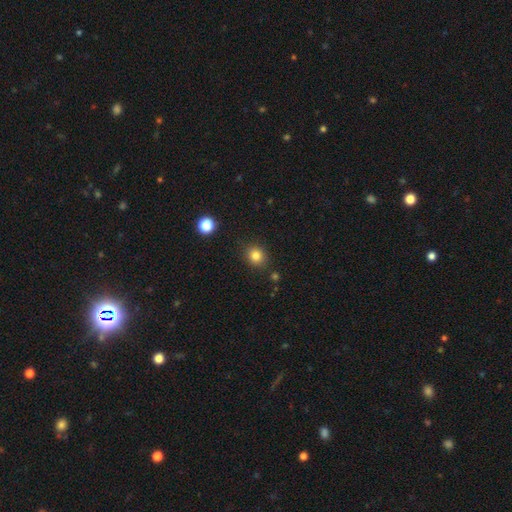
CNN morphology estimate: Q: Smooth or featured?
A: smooth (83%); runner-up: star or artifact (12%)
Q: How rounded?
A: round (77%); runner-up: in between (23%)
Q: Merging?
A: none (87%); runner-up: minor disturbance (8%)